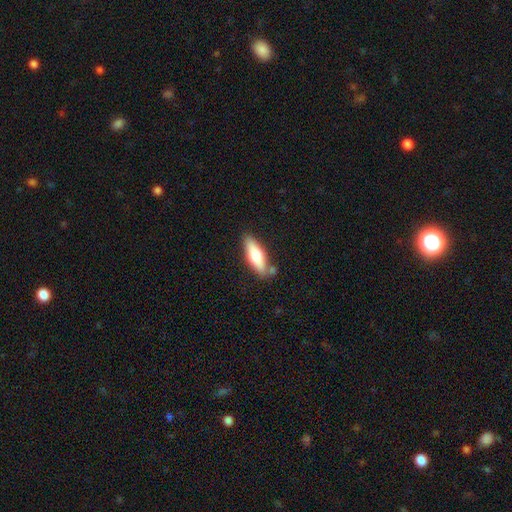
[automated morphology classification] smooth_or_featured: smooth (p=0.65) [alt: featured or disk p=0.29]
how_rounded: in between (p=0.52) [alt: cigar-shaped p=0.46]
merging: none (p=0.73) [alt: minor disturbance p=0.16]